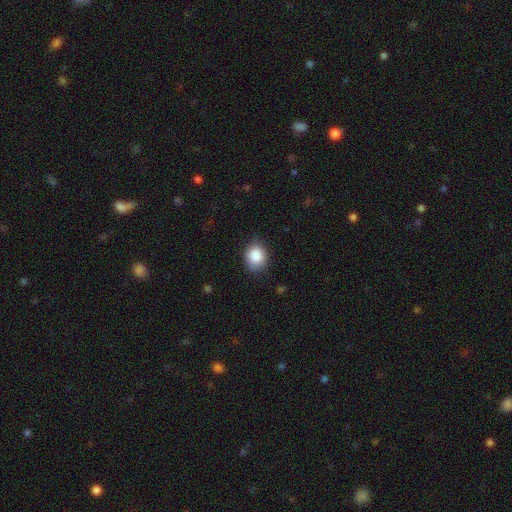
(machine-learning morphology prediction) The model was most divided on "how rounded": round: 58%, in between: 41%, cigar-shaped: 1%. More confident: smooth or featured — smooth (87%); merging — none (83%).